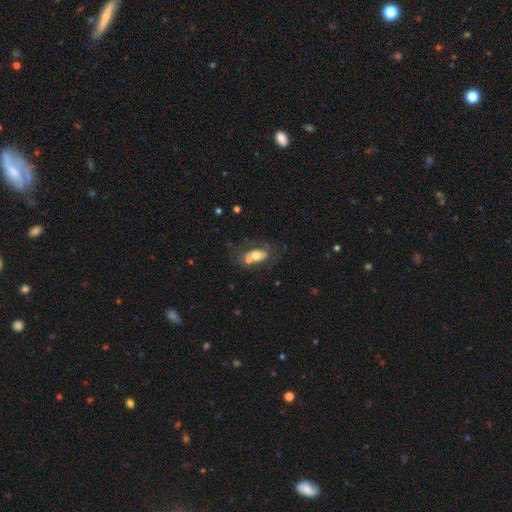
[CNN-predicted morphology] smooth-or-featured: smooth: 55% | featured or disk: 37% | star or artifact: 8%
  how-rounded: in between: 86% | round: 10% | cigar-shaped: 4%
  merging: none: 43% | merger: 27% | minor disturbance: 18% | major disturbance: 11%